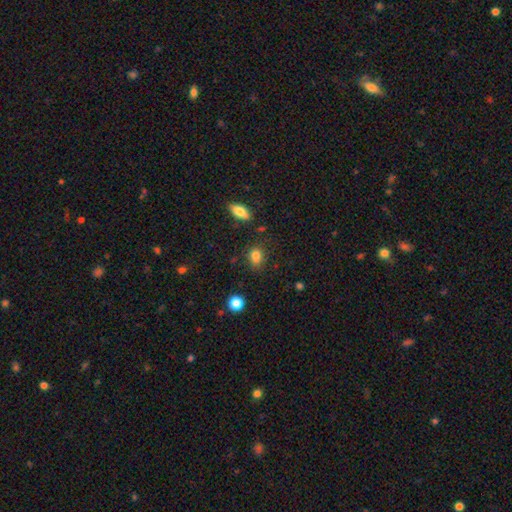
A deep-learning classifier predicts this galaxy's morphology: Smooth or featured?
  - smooth: 83% *
  - star or artifact: 11%
  - featured or disk: 6%
How rounded?
  - in between: 59% *
  - round: 39%
  - cigar-shaped: 2%
Merging?
  - none: 70% *
  - minor disturbance: 20%
  - major disturbance: 5%
  - merger: 5%